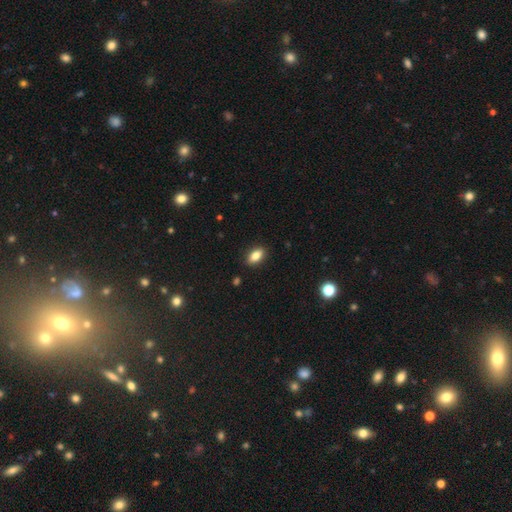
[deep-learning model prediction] Morphology: type=smooth (82%); roundness=in between (88%); merging=none (89%).